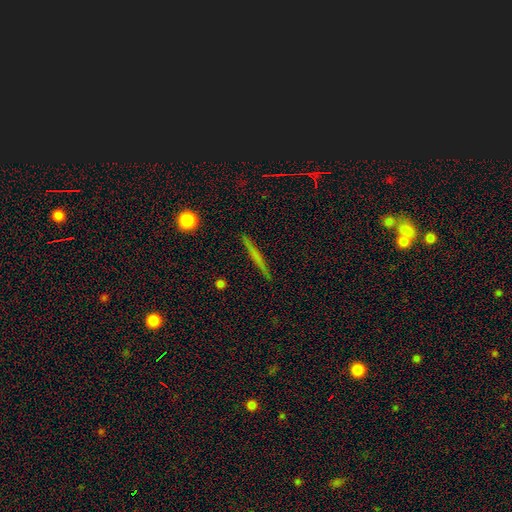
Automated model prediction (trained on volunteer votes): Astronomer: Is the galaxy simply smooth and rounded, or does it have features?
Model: smooth — 46% (runner-up: featured or disk, 44%).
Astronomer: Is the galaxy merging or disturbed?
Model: none — 91%.